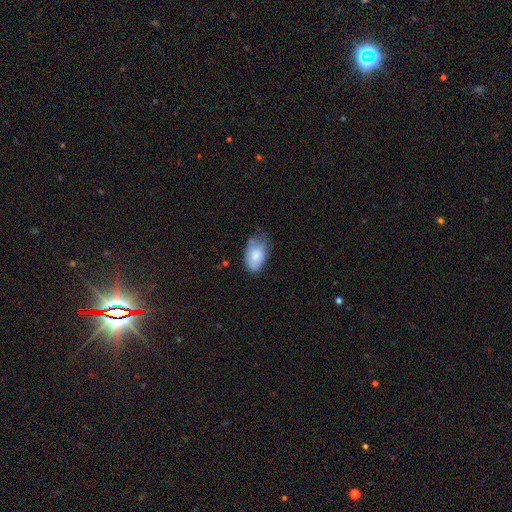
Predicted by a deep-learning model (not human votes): Smooth or featured? smooth (73%)
How rounded? in between (92%)
Merging? none (41%, tied with minor disturbance)